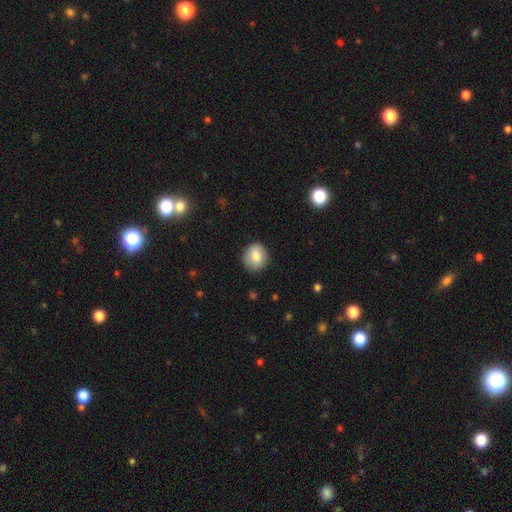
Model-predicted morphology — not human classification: This appears to be a smooth galaxy with no disk features (79%) that is round (81%). Merging: none (85%).